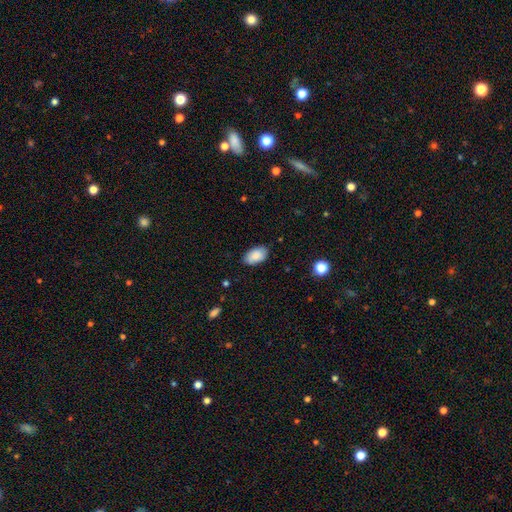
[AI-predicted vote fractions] Smooth or featured? Predicted: smooth (p=0.86). How rounded? Predicted: in between (p=0.93). Merging? Predicted: none (p=0.83).